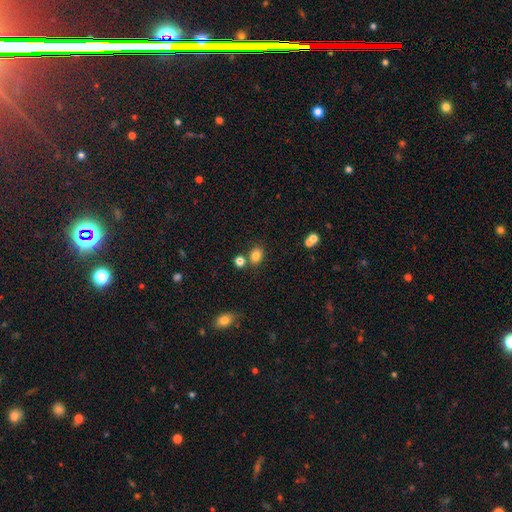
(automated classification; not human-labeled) smooth-or-featured: smooth: 82% | star or artifact: 12% | featured or disk: 6%
  how-rounded: in between: 55% | round: 44% | cigar-shaped: 1%
  merging: none: 69% | merger: 16% | minor disturbance: 11% | major disturbance: 4%